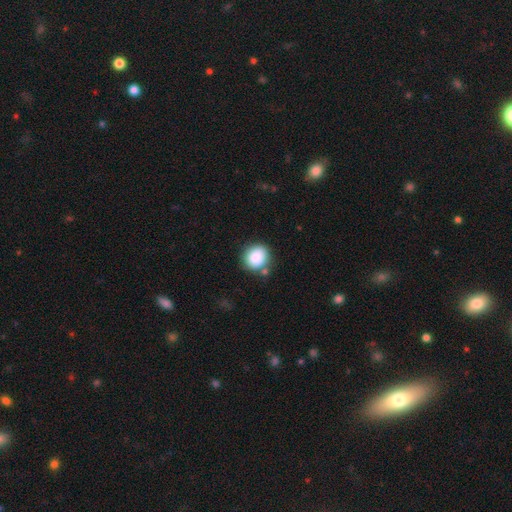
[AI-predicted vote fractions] Morphology: type=smooth (86%); roundness=round (79%); merging=none (74%).